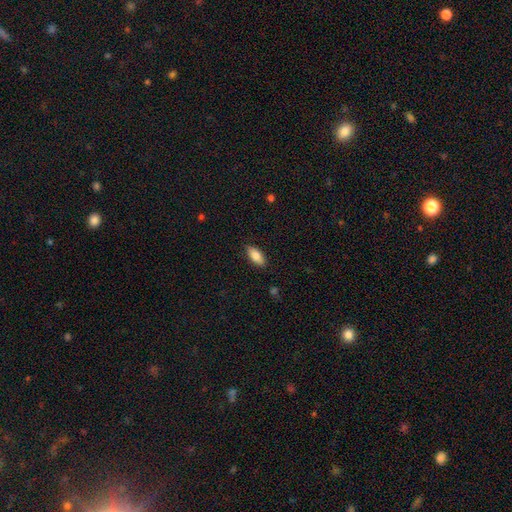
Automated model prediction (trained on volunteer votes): This is clearly a smooth galaxy (85%). How rounded: clearly in between (87%). Merging: clearly none (87%).